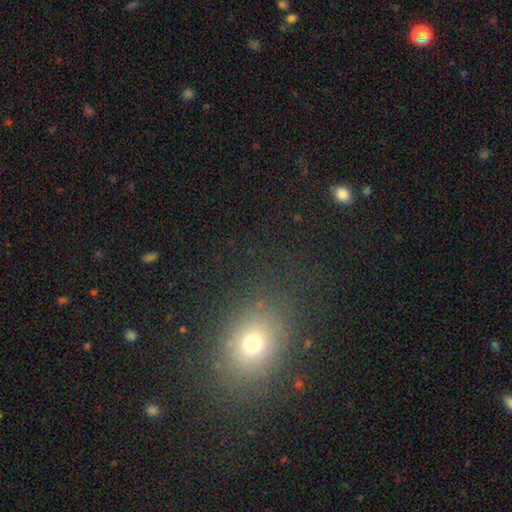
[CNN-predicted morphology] smooth_or_featured: smooth (p=0.64) [alt: star or artifact p=0.25]
how_rounded: round (p=0.50) [alt: in between p=0.48]
merging: none (p=0.82) [alt: minor disturbance p=0.10]